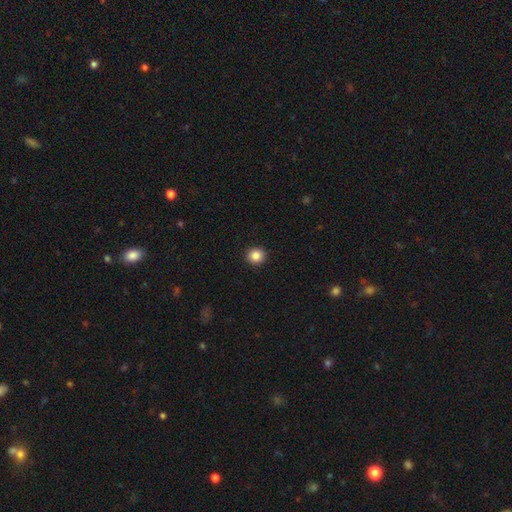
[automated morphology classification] This is clearly a smooth galaxy (86%). How rounded: clearly round (91%). Merging: clearly none (93%).